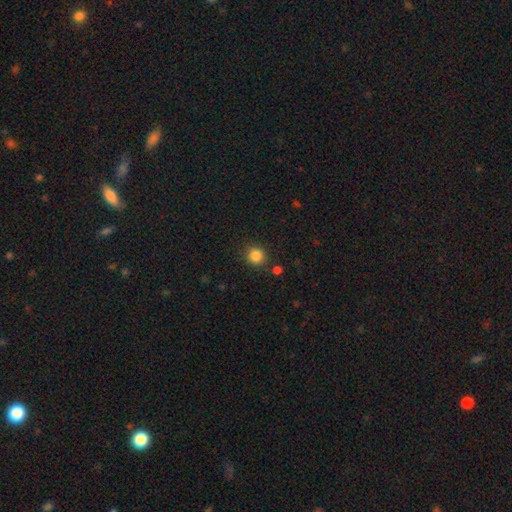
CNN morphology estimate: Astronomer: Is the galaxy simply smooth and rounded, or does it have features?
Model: smooth — 85%.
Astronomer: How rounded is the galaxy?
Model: round — 91%.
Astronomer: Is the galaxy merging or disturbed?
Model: none — 87%.